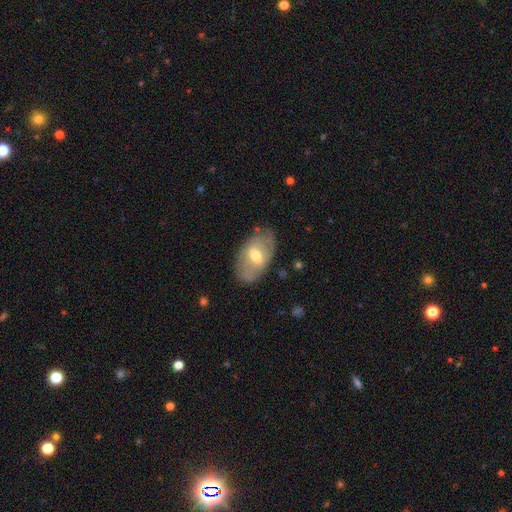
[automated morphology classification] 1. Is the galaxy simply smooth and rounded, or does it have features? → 55% featured or disk, 39% smooth, 6% star or artifact.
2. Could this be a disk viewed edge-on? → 91% no, 9% yes.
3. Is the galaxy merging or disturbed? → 73% none, 20% minor disturbance, 6% major disturbance, 2% merger.